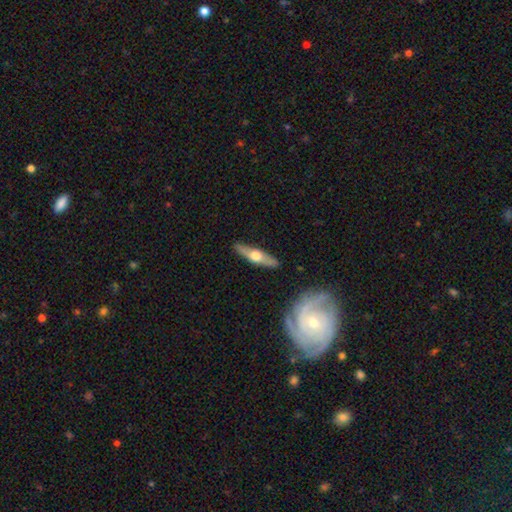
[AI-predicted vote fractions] Smooth or featured? Predicted: featured or disk (p=0.60). Edge-on disk? Predicted: yes (p=0.90). Edge-on bulge? Predicted: rounded (p=0.94). Merging? Predicted: none (p=0.88).